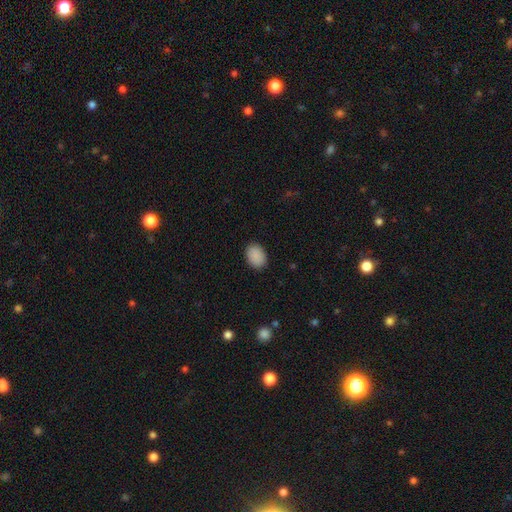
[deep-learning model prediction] The model was most divided on "how rounded": in between: 73%, round: 26%, cigar-shaped: 1%. More confident: smooth or featured — smooth (90%); merging — none (89%).